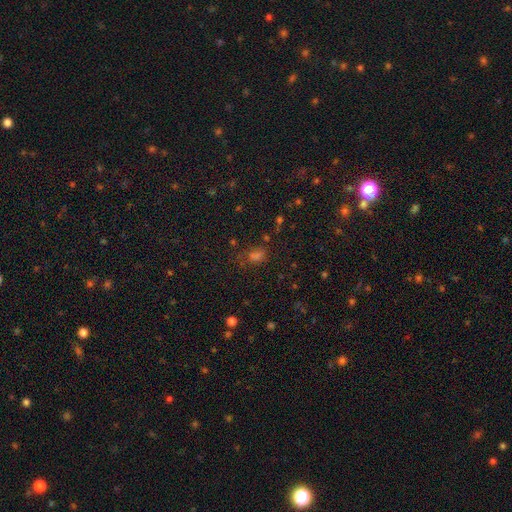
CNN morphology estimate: The model was most divided on "how rounded": in between: 55%, round: 43%, cigar-shaped: 2%. More confident: merging — none (67%); smooth or featured — smooth (59%).